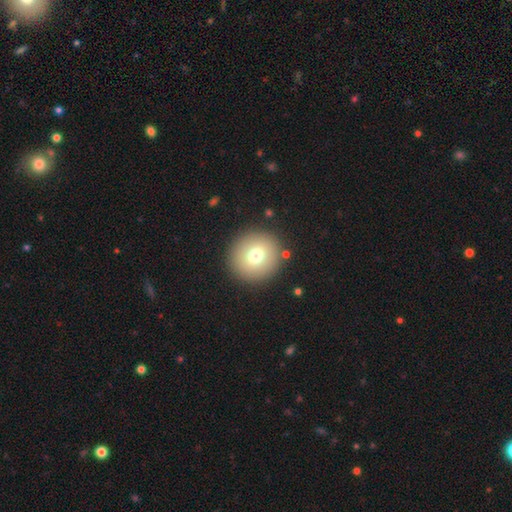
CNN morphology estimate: smooth 71%, featured or disk 18%, star or artifact 11%. Down the decision tree: how rounded — round (93%); merging — none (89%).